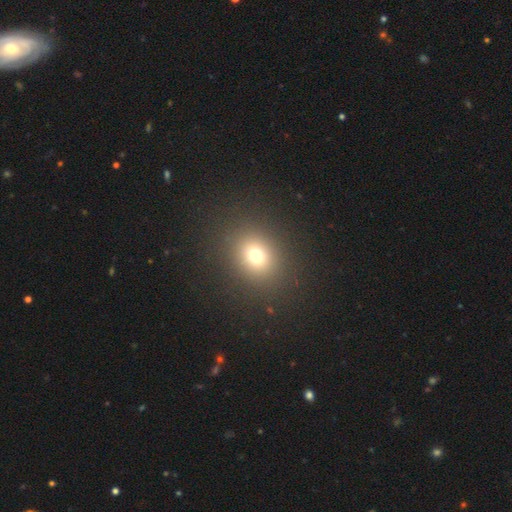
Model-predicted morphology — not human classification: type=smooth (72%); roundness=round (70%); merging=none (88%).